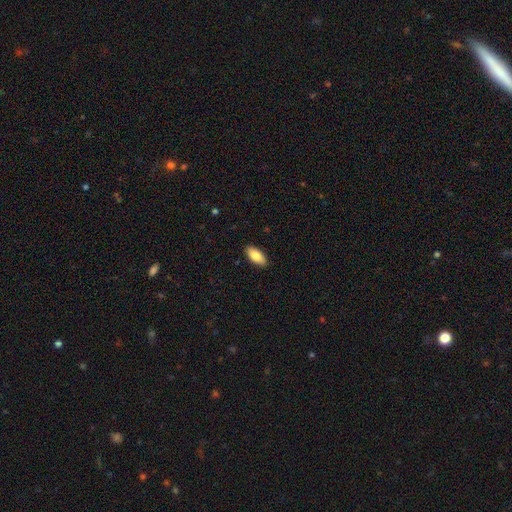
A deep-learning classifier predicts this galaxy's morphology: Smooth or featured? Predicted: smooth (p=0.84). How rounded? Predicted: in between (p=0.90). Merging? Predicted: none (p=0.89).